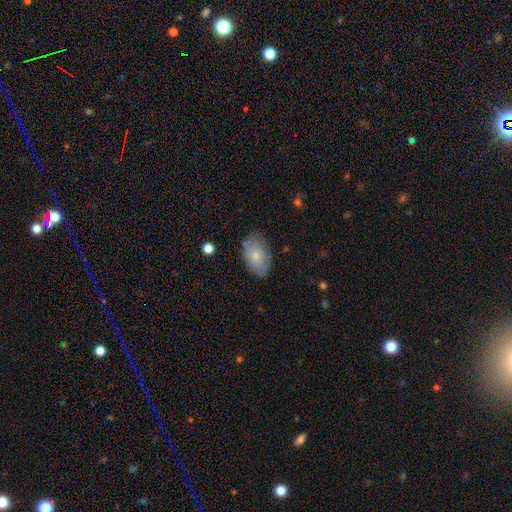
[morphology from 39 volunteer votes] A smooth galaxy with no disk features (67%) that is in between round and cigar-shaped (88%). Merging: none (69%).